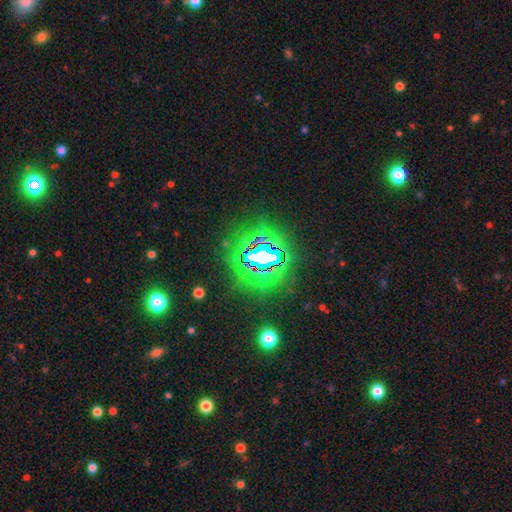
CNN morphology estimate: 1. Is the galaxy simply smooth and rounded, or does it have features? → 83% star or artifact, 9% smooth, 8% featured or disk.